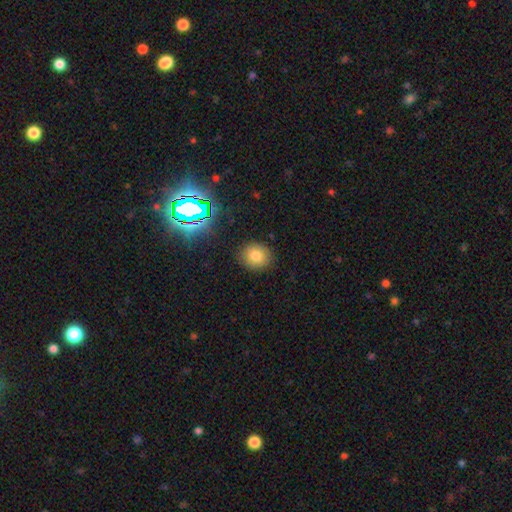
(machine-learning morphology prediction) Q: Smooth or featured?
A: smooth (79%); runner-up: star or artifact (14%)
Q: How rounded?
A: round (77%); runner-up: in between (22%)
Q: Merging?
A: none (87%); runner-up: minor disturbance (9%)